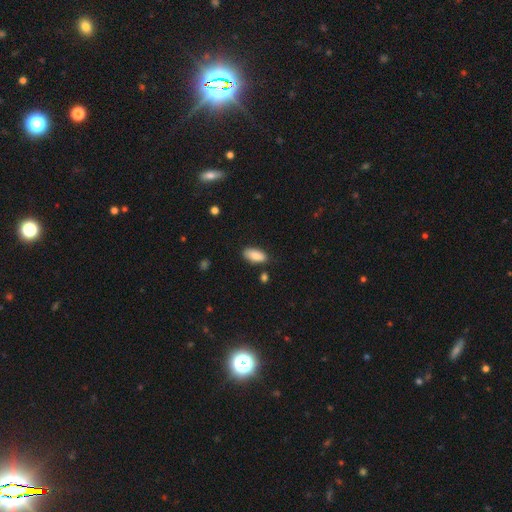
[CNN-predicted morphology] smooth-or-featured: smooth: 88% | star or artifact: 7% | featured or disk: 6%
  how-rounded: in between: 90% | cigar-shaped: 8% | round: 2%
  merging: none: 83% | minor disturbance: 13% | major disturbance: 3% | merger: 2%